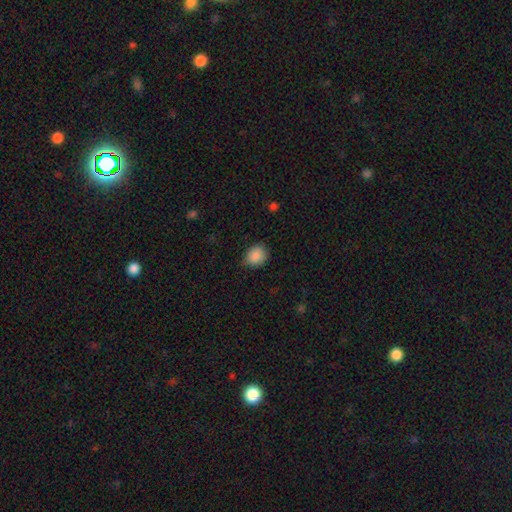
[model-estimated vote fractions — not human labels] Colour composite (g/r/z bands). It shows a smooth galaxy with no disk features (88%) that is round (66%). Merging: none (73%).